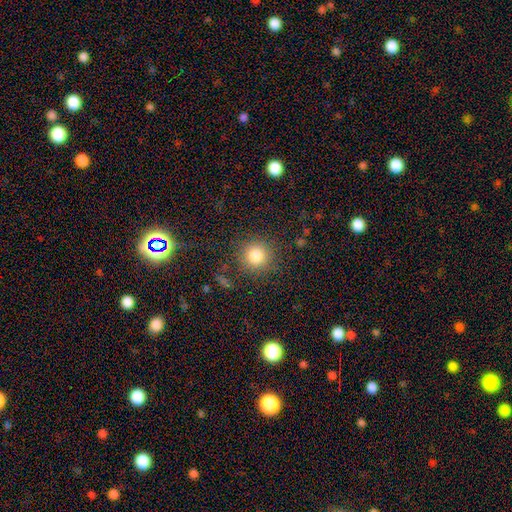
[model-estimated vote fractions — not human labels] Smooth or featured? smooth (82%)
How rounded? round (92%)
Merging? none (85%)